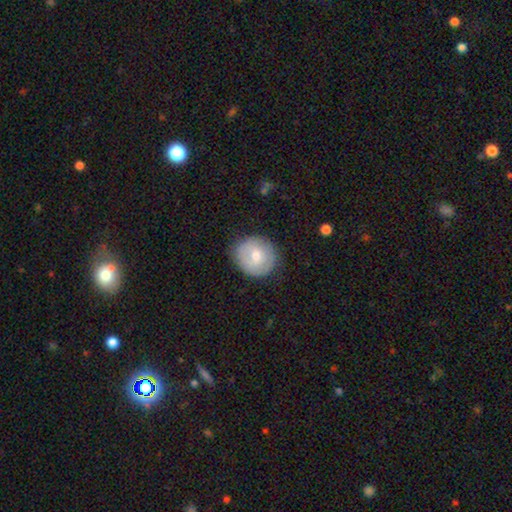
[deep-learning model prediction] The model was most divided on "smooth or featured": smooth: 61%, featured or disk: 32%, star or artifact: 7%. More confident: how rounded — round (87%); merging — none (83%).